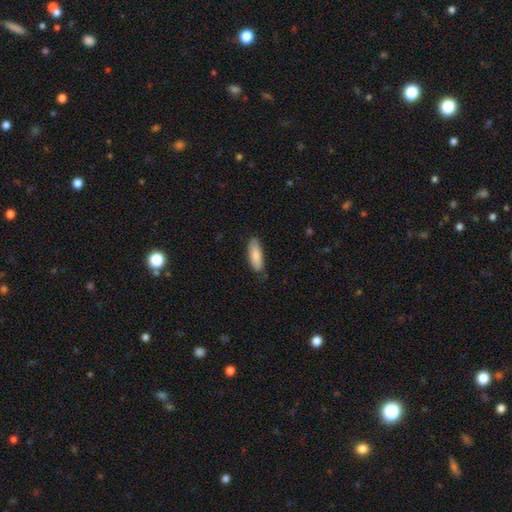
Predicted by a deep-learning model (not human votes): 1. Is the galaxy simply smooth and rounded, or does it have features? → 85% smooth, 9% featured or disk, 5% star or artifact.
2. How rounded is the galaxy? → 63% in between, 36% cigar-shaped, 1% round.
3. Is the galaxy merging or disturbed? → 79% none, 17% minor disturbance, 3% major disturbance, 1% merger.